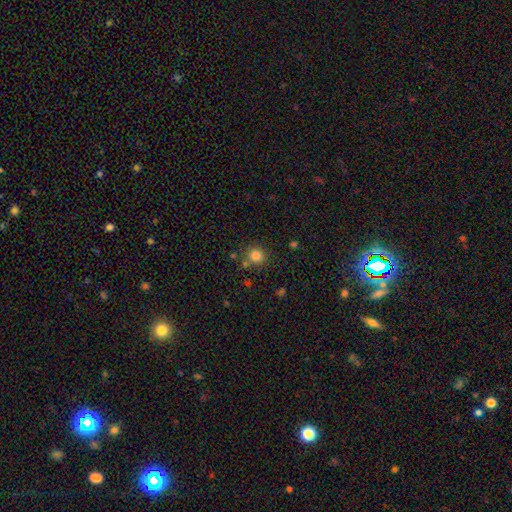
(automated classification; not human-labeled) smooth 81%, star or artifact 13%, featured or disk 6%. Down the decision tree: how rounded — round (90%); merging — none (77%).